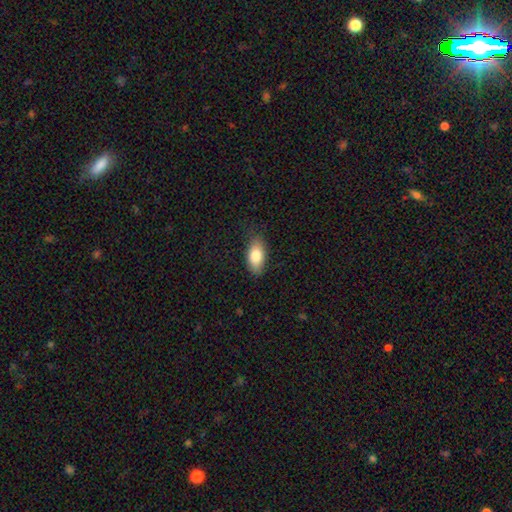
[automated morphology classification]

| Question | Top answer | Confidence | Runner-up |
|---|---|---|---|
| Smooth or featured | smooth | 81% | featured or disk (12%) |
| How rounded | in between | 89% | cigar-shaped (7%) |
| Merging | none | 82% | minor disturbance (14%) |